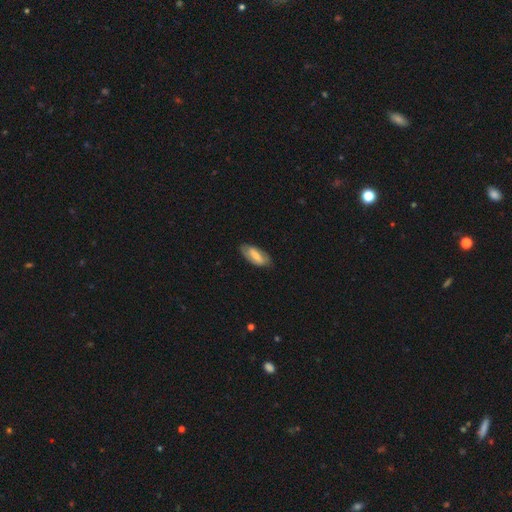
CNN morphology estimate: A smooth galaxy with no disk features (58%) that is in between round and cigar-shaped (82%).

Vote fractions:
- Smooth or featured? smooth: 58% / featured or disk: 36% / star or artifact: 6%
- How rounded? in between: 82% / cigar-shaped: 15% / round: 2%
- Merging? none: 78% / minor disturbance: 17% / major disturbance: 4% / merger: 1%